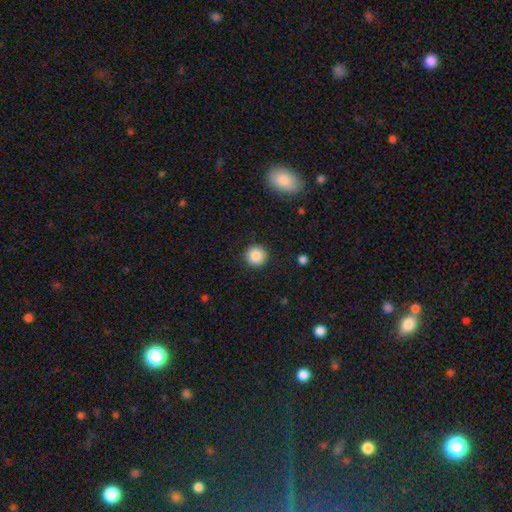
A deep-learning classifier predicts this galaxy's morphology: Smooth or featured?
  - smooth: 87% *
  - star or artifact: 9%
  - featured or disk: 4%
How rounded?
  - round: 95% *
  - in between: 4%
  - cigar-shaped: 1%
Merging?
  - none: 91% *
  - minor disturbance: 6%
  - major disturbance: 2%
  - merger: 1%